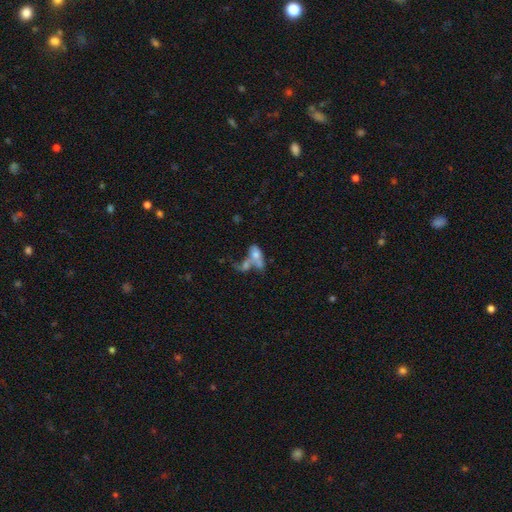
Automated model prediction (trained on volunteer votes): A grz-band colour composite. It shows a smooth galaxy with no disk features (54%) that is in between round and cigar-shaped (80%). Merging: merger (63%).